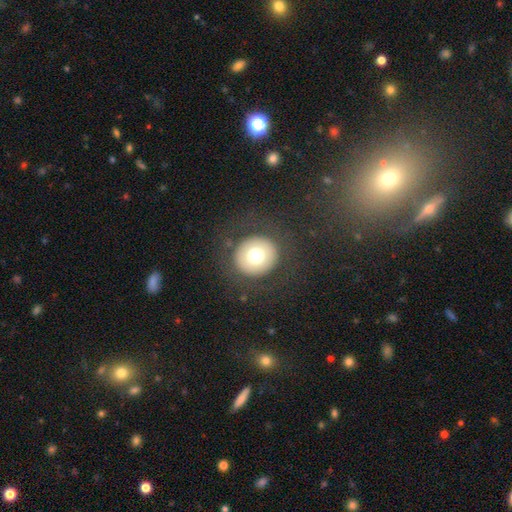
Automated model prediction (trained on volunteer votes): Smooth or featured?
  - smooth: 69% *
  - featured or disk: 20%
  - star or artifact: 11%
How rounded?
  - round: 91% *
  - in between: 8%
  - cigar-shaped: 1%
Merging?
  - none: 85% *
  - minor disturbance: 7%
  - major disturbance: 6%
  - merger: 1%